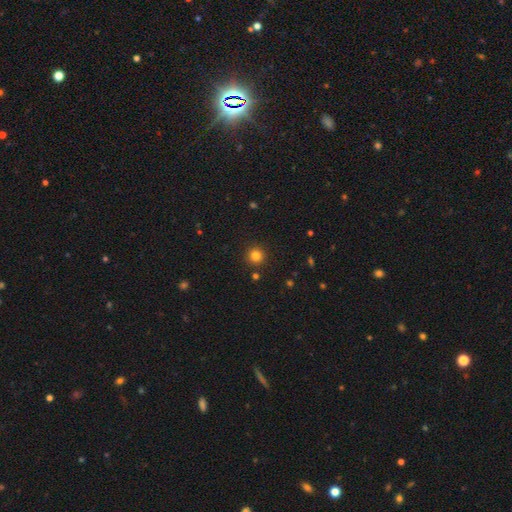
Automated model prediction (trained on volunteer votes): A smooth galaxy with no disk features (81%) that is round (95%).

Vote fractions:
- Smooth or featured? smooth: 81% / star or artifact: 14% / featured or disk: 5%
- How rounded? round: 95% / in between: 4% / cigar-shaped: 1%
- Merging? none: 91% / minor disturbance: 5% / merger: 2% / major disturbance: 2%